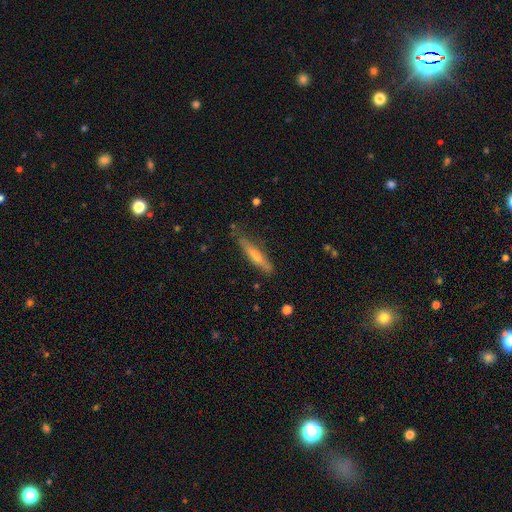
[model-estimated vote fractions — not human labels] Overall: smooth (51%; featured or disk 42%). How rounded: cigar-shaped (90%). Merging: none (77%).